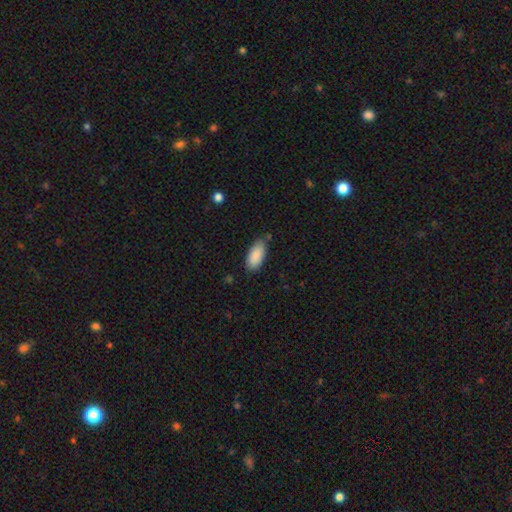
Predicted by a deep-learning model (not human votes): This appears to be a smooth galaxy with no disk features (89%) that is in between round and cigar-shaped (90%). Merging: none (76%).